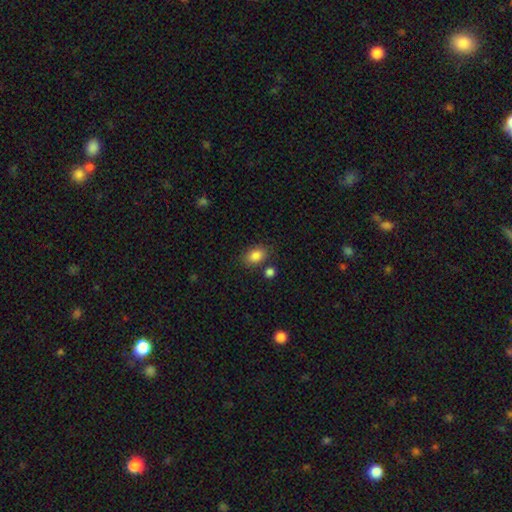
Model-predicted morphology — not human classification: A smooth galaxy with no disk features (85%) that is in between round and cigar-shaped (80%).

Vote fractions:
- Smooth or featured? smooth: 85% / star or artifact: 9% / featured or disk: 6%
- How rounded? in between: 80% / round: 18% / cigar-shaped: 1%
- Merging? none: 77% / minor disturbance: 12% / merger: 8% / major disturbance: 3%